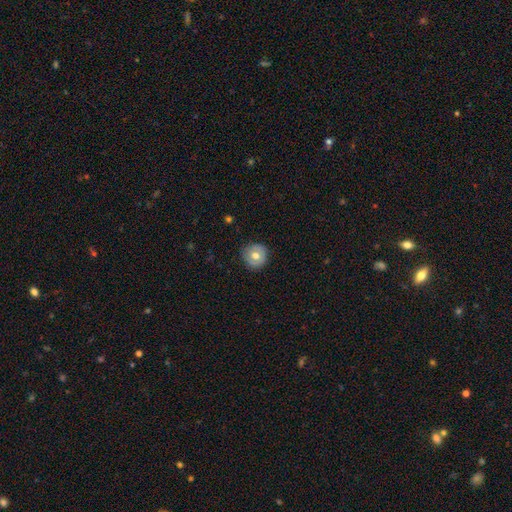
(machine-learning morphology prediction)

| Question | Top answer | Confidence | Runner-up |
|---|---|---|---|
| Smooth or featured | smooth | 64% | featured or disk (28%) |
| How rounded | round | 92% | in between (7%) |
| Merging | none | 83% | minor disturbance (13%) |